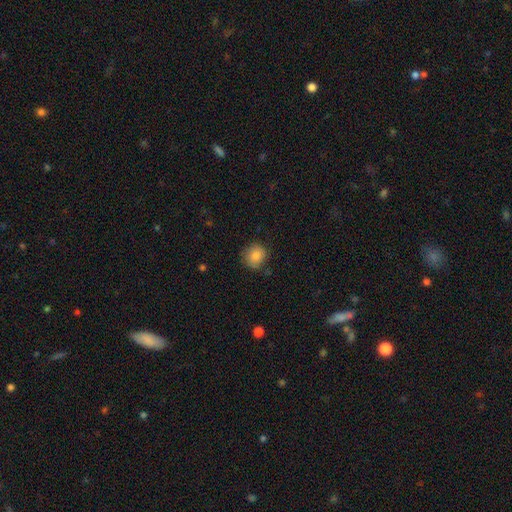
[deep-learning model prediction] smooth_or_featured: smooth (p=0.85) [alt: star or artifact p=0.09]
how_rounded: round (p=0.83) [alt: in between p=0.16]
merging: none (p=0.80) [alt: minor disturbance p=0.15]